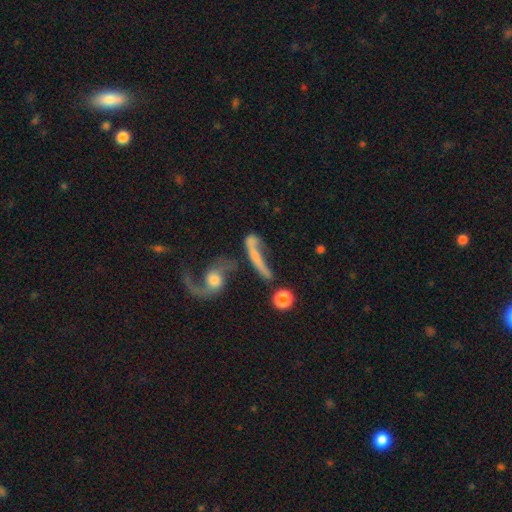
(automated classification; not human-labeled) Smooth or featured? featured or disk (56%)
Edge-on disk? no (72%)
Merging? none (32%)